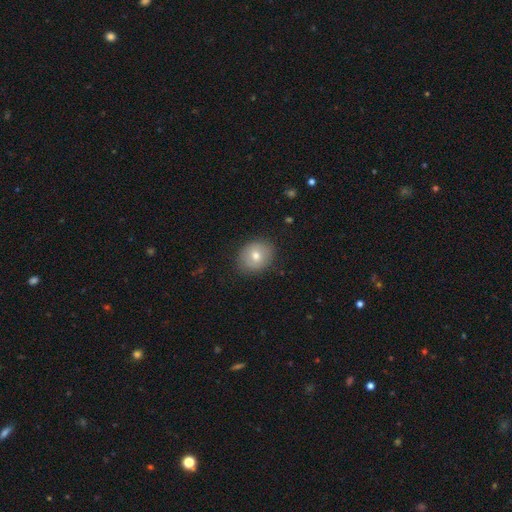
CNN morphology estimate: This is likely a smooth galaxy (72%). How rounded: possibly round (57%). Merging: clearly none (84%).